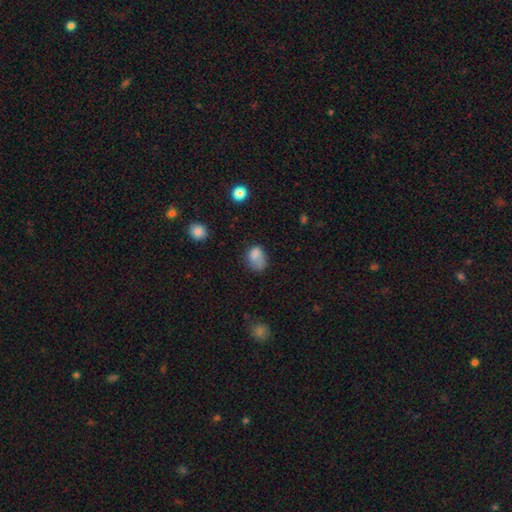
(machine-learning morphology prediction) This is likely a smooth galaxy (78%). How rounded: likely in between (74%). Merging: marginally none (41%).